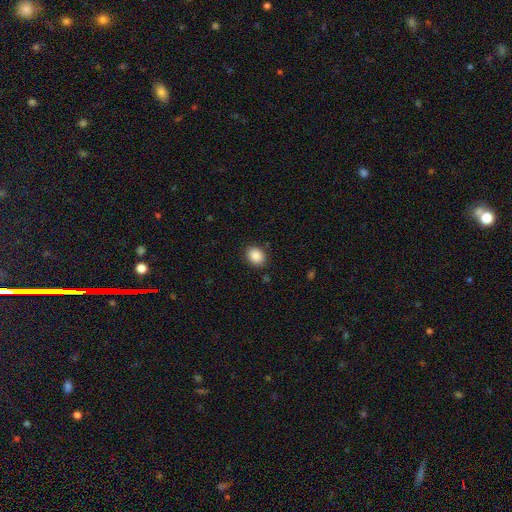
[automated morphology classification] This appears to be a smooth galaxy with no disk features (88%) that is in between round and cigar-shaped (56%). Merging: none (87%).